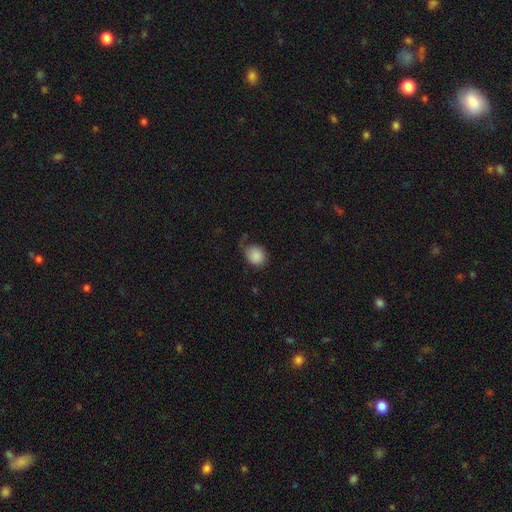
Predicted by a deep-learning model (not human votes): This is clearly a smooth galaxy (85%). How rounded: possibly round (55%). Merging: possibly none (49%).